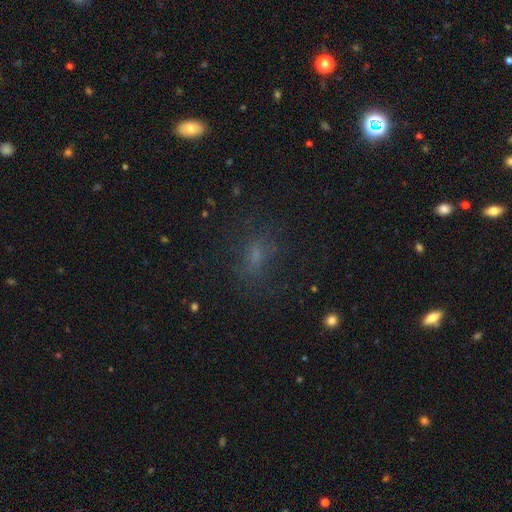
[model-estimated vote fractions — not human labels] A smooth galaxy with no disk features (54%) that is in between round and cigar-shaped (68%). Merging: none (68%).